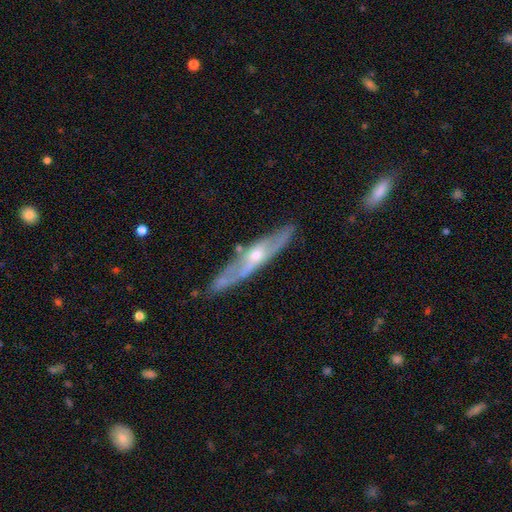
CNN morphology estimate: Smooth or featured?
  - featured or disk: 75% *
  - smooth: 19%
  - star or artifact: 6%
Edge-on disk?
  - yes: 70% *
  - no: 30%
Edge-on bulge?
  - rounded: 78% *
  - none: 18%
  - boxy: 5%
Merging?
  - none: 74% *
  - minor disturbance: 19%
  - major disturbance: 4%
  - merger: 3%